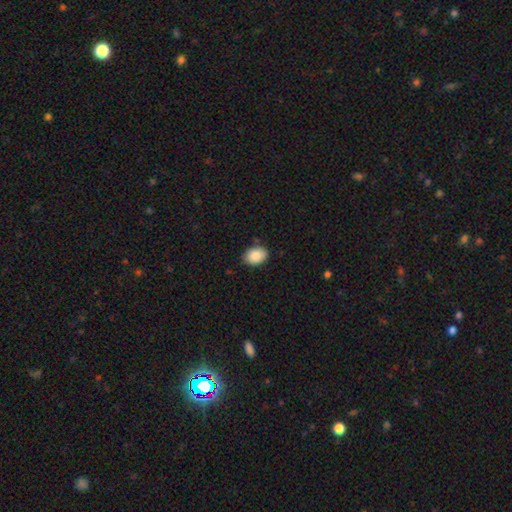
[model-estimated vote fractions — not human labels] This appears to be a smooth galaxy with no disk features (89%) that is in between round and cigar-shaped (78%). Merging: none (85%).